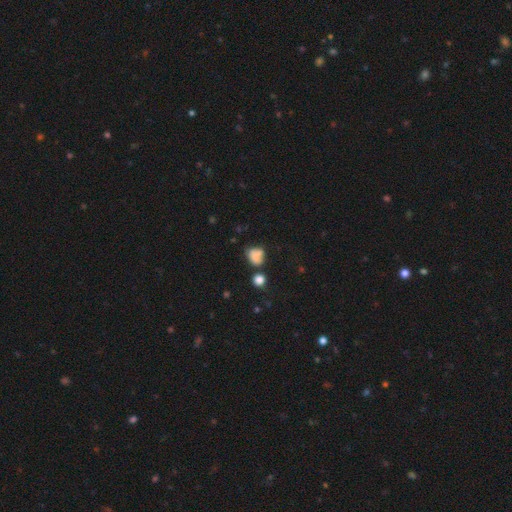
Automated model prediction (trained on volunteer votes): Q: Smooth or featured?
A: smooth (73%); runner-up: featured or disk (14%)
Q: How rounded?
A: in between (54%); runner-up: round (45%)
Q: Merging?
A: none (38%); runner-up: merger (30%)